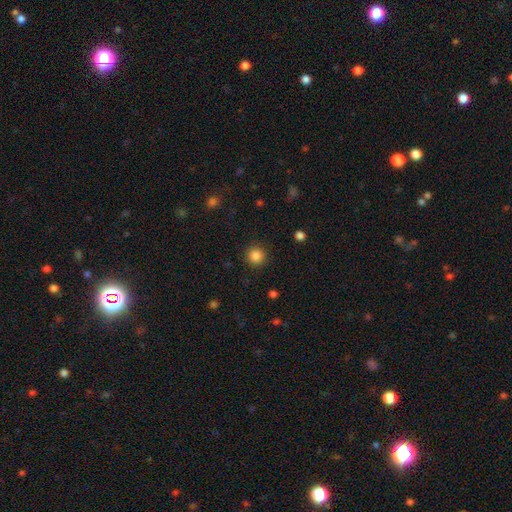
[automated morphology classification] A smooth galaxy with no disk features (85%) that is round (94%). Merging: none (91%).